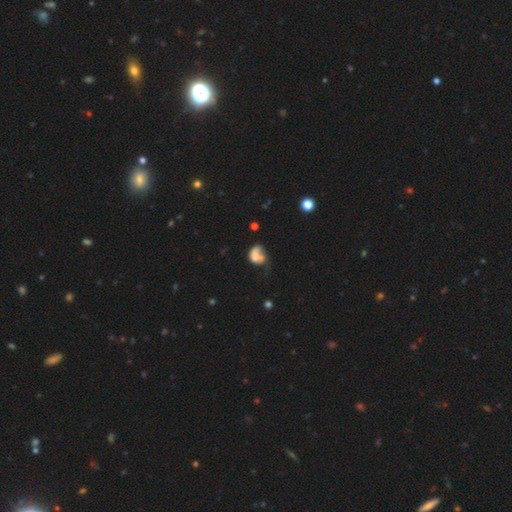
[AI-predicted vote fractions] A smooth galaxy with no disk features (60%) that is in between round and cigar-shaped (69%).

Vote fractions:
- Smooth or featured? smooth: 60% / featured or disk: 29% / star or artifact: 11%
- How rounded? in between: 69% / round: 30% / cigar-shaped: 2%
- Merging? major disturbance: 30% / merger: 27% / none: 22% / minor disturbance: 21%